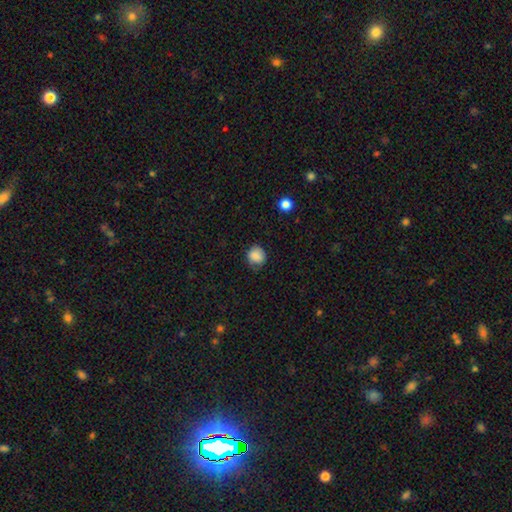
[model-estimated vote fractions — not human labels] Smooth or featured? smooth (87%)
How rounded? round (84%)
Merging? none (74%)